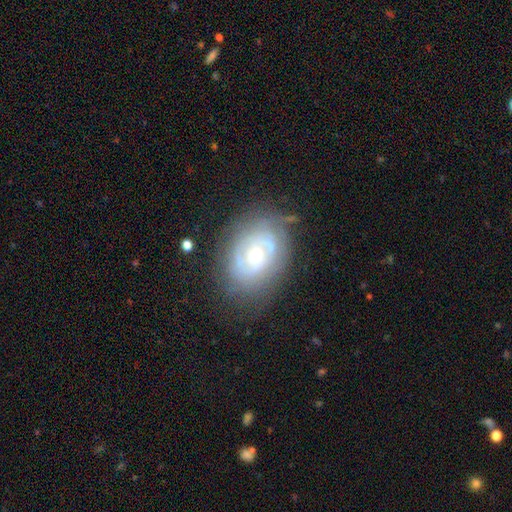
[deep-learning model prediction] Q: Smooth or featured?
A: featured or disk (63%); runner-up: smooth (26%)
Q: Edge-on disk?
A: no (95%); runner-up: yes (5%)
Q: Bar?
A: no (67%); runner-up: weak (24%)
Q: Spiral arms?
A: yes (64%); runner-up: no (36%)
Q: Bulge size?
A: moderate (58%); runner-up: small (36%)
Q: Merging?
A: none (77%); runner-up: minor disturbance (16%)